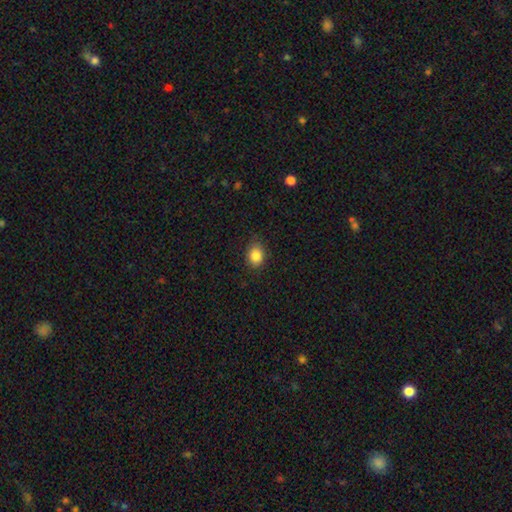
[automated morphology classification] The model was most divided on "how rounded": in between: 51%, round: 48%, cigar-shaped: 1%. More confident: smooth or featured — smooth (86%); merging — none (82%).